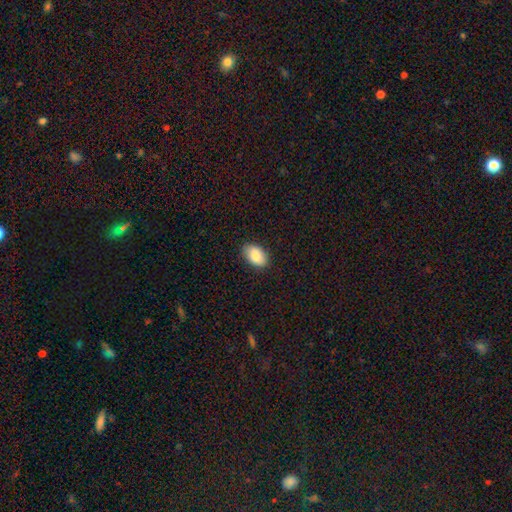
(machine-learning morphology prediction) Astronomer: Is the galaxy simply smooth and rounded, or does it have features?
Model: smooth — 87%.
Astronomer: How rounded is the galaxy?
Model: in between — 90%.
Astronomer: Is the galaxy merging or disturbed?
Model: none — 86%.